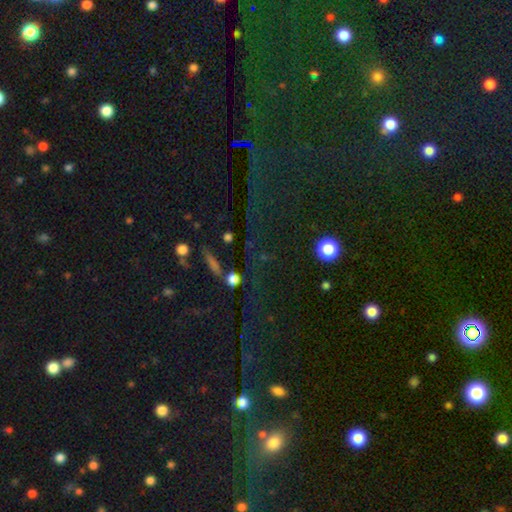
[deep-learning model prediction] Smooth or featured? Predicted: star or artifact (p=0.75).